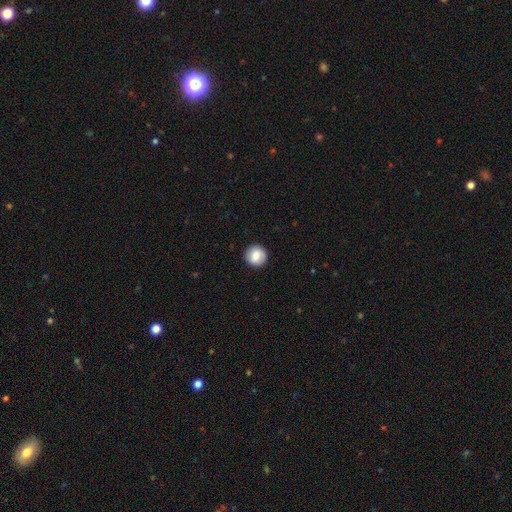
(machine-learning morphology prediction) type=smooth (80%); roundness=round (94%); merging=none (91%).